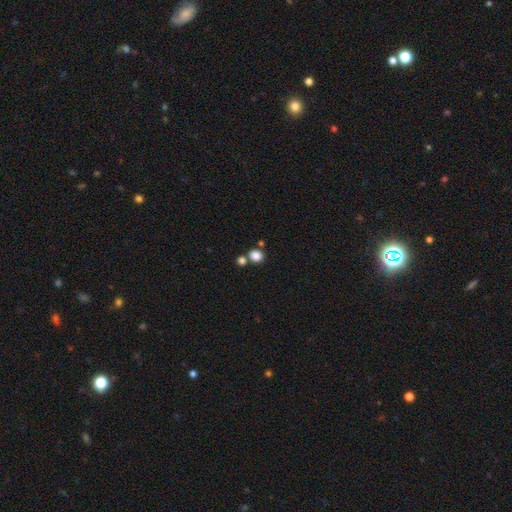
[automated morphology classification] A smooth galaxy with no disk features (84%) that is round (69%).

Vote fractions:
- Smooth or featured? smooth: 84% / star or artifact: 11% / featured or disk: 5%
- How rounded? round: 69% / in between: 30% / cigar-shaped: 1%
- Merging? none: 65% / merger: 23% / minor disturbance: 9% / major disturbance: 3%